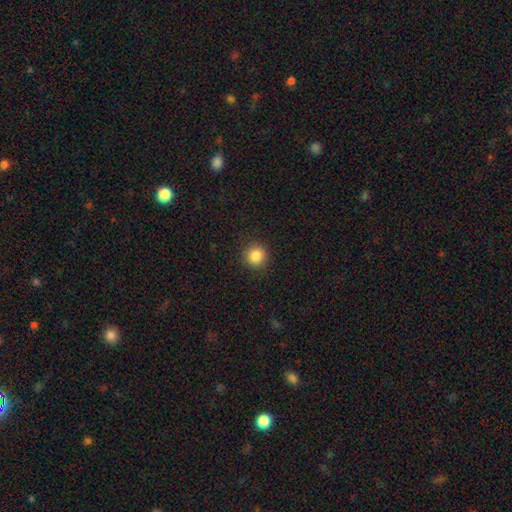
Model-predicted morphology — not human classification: Smooth or featured: smooth — 86% (star or artifact — 10%)
How rounded: round — 91% (in between — 8%)
Merging: none — 90% (minor disturbance — 6%)